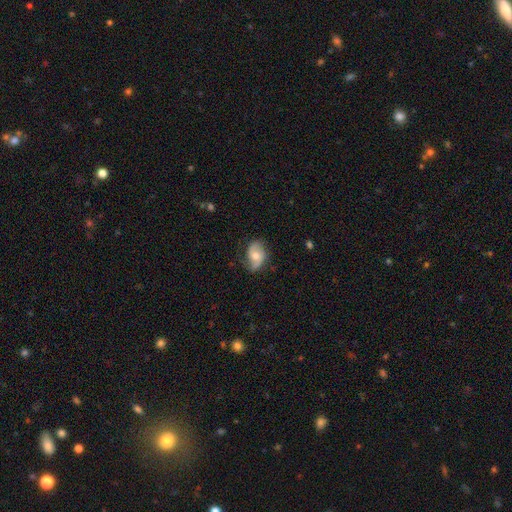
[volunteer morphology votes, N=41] Smooth or featured? 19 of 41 (46%) said smooth. How rounded? 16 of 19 (84%) said in between. Merging? 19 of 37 (51%) said minor disturbance.